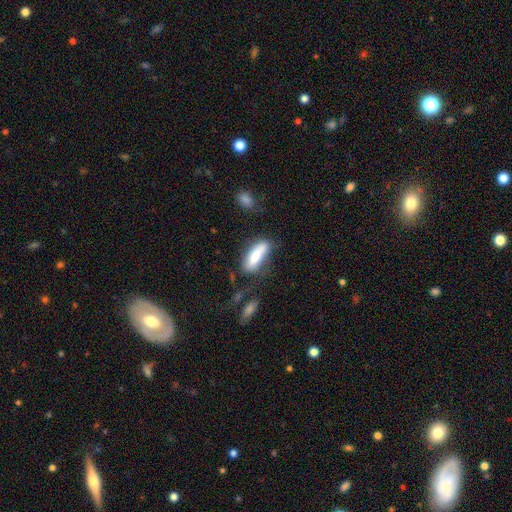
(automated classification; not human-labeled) Smooth or featured? Predicted: smooth (p=0.76). How rounded? Predicted: in between (p=0.58). Merging? Predicted: none (p=0.55).